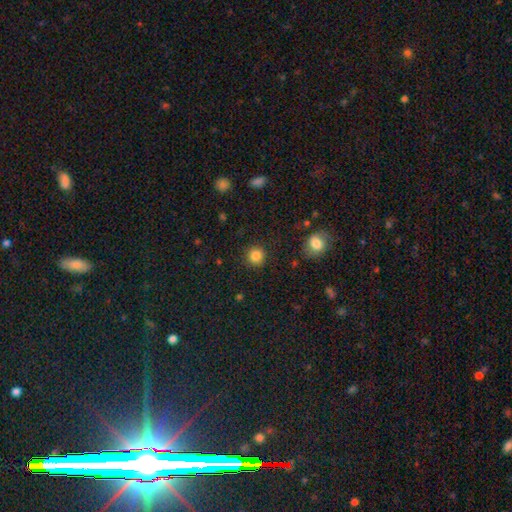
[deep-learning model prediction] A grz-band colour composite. It shows a smooth galaxy with no disk features (85%) that is round (93%). Merging: none (90%).